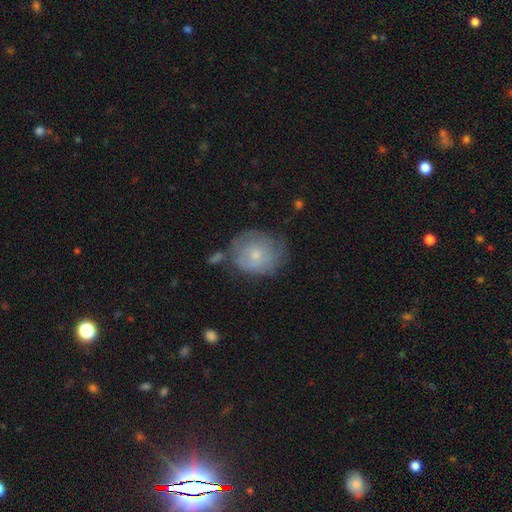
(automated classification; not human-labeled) Smooth or featured? Predicted: smooth (p=0.56). How rounded? Predicted: round (p=0.76). Merging? Predicted: none (p=0.52).